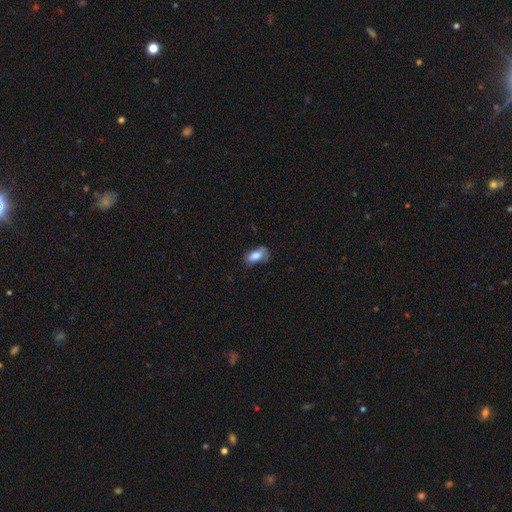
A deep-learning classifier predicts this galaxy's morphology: smooth 77%, featured or disk 15%, star or artifact 8%. Down the decision tree: how rounded — in between (91%); merging — none (45%).